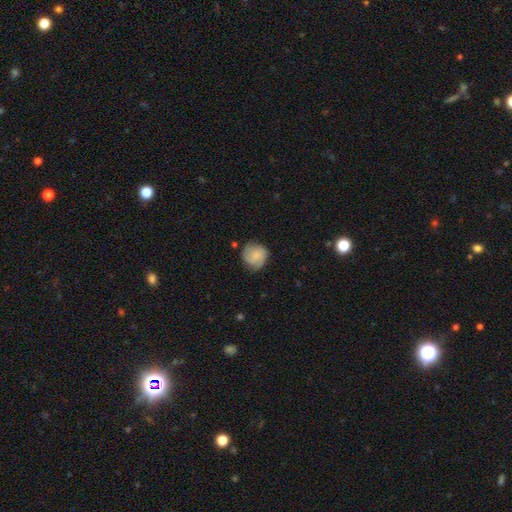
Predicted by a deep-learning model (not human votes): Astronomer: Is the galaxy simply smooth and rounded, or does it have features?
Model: smooth — 63%.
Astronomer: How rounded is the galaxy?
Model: round — 86%.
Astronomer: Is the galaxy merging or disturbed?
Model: none — 69%.